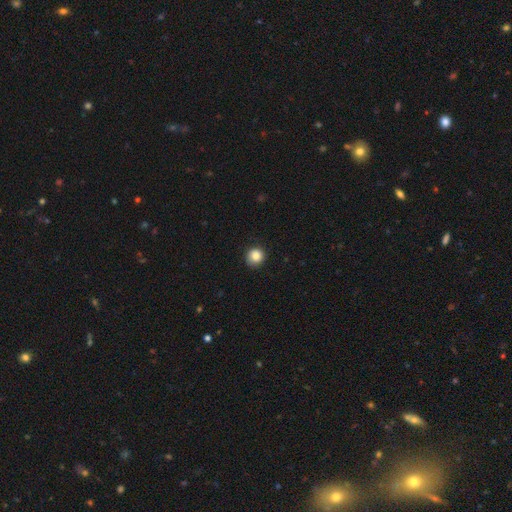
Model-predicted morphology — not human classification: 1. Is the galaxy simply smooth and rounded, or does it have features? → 85% smooth, 10% star or artifact, 5% featured or disk.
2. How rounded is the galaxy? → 90% round, 9% in between, 1% cigar-shaped.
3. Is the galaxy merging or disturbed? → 84% none, 13% minor disturbance, 3% major disturbance, 1% merger.